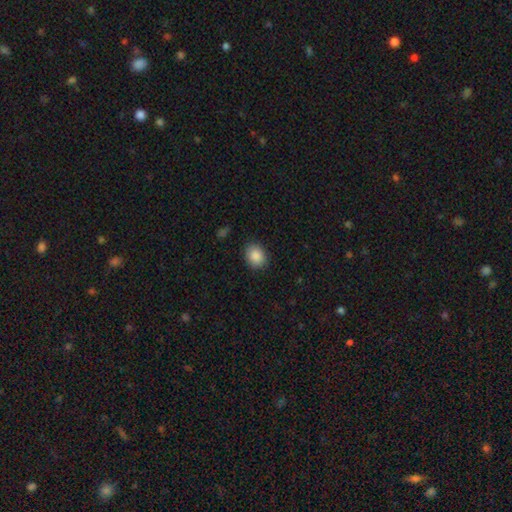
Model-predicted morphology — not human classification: Smooth or featured?
  - smooth: 88% *
  - star or artifact: 8%
  - featured or disk: 4%
How rounded?
  - in between: 53% *
  - round: 46%
  - cigar-shaped: 1%
Merging?
  - none: 87% *
  - minor disturbance: 9%
  - major disturbance: 2%
  - merger: 1%